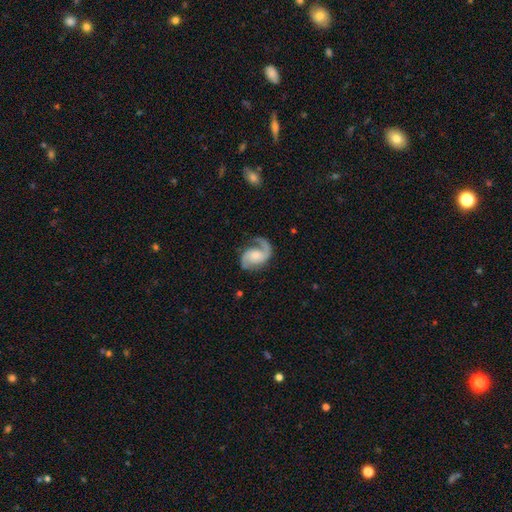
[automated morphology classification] Smooth or featured? featured or disk (88%)
Edge-on disk? no (98%)
Bar? no (57%)
Spiral arms? yes (97%)
Spiral winding? medium (51%)
Spiral arm count? 2 (79%)
Bulge size? moderate (34%)
Merging? none (66%)